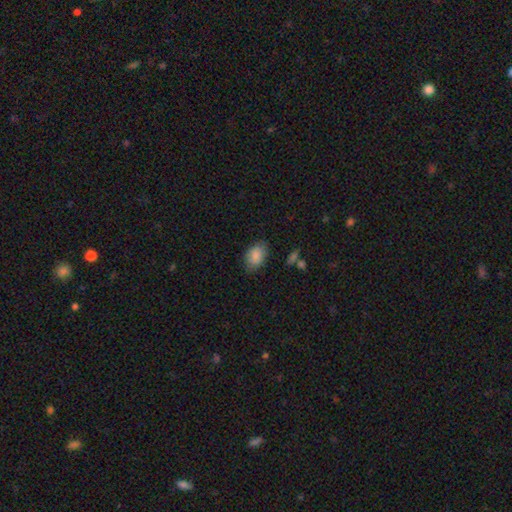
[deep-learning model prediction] A smooth galaxy with no disk features (87%) that is in between round and cigar-shaped (85%). Merging: none (76%).